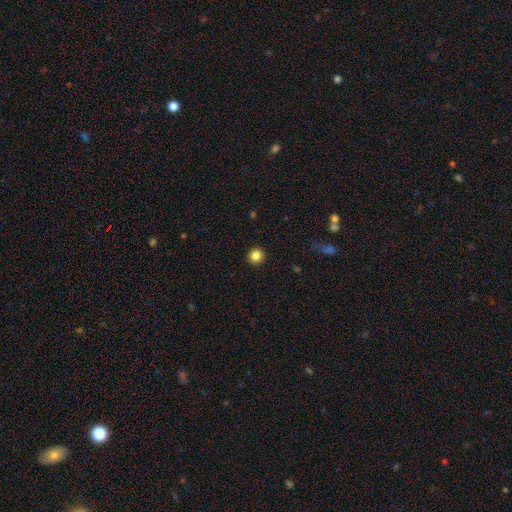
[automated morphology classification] This is clearly a smooth galaxy (85%). How rounded: clearly round (95%). Merging: clearly none (93%).